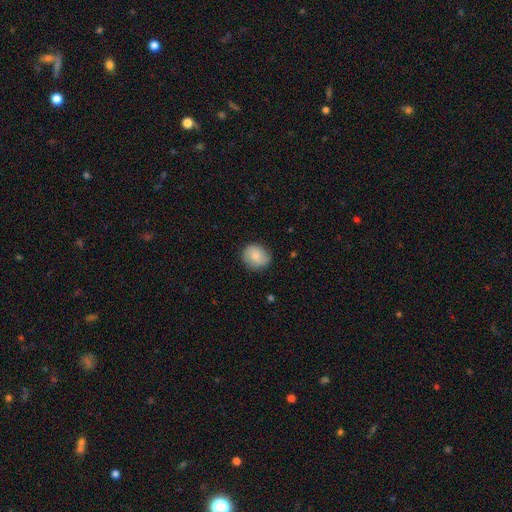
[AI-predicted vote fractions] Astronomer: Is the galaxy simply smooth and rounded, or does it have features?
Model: smooth — 77%.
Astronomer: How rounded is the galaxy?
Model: round — 78%.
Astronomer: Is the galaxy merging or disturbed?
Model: none — 81%.